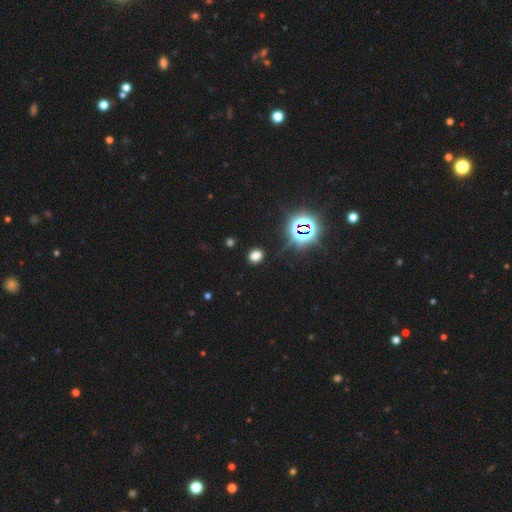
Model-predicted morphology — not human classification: smooth_or_featured: smooth (p=0.65) [alt: star or artifact p=0.29]
how_rounded: round (p=0.59) [alt: in between p=0.40]
merging: none (p=0.87) [alt: minor disturbance p=0.08]